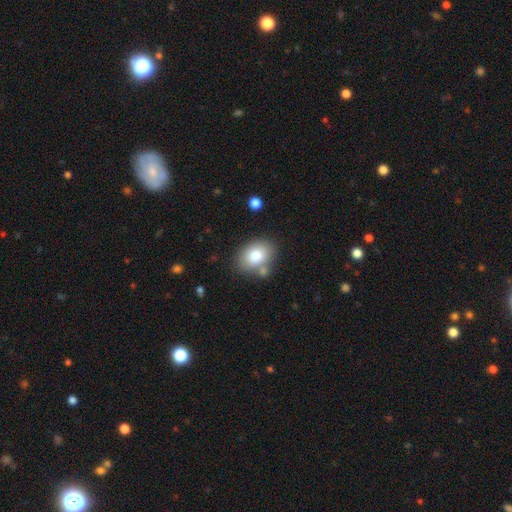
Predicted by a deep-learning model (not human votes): smooth-or-featured: smooth: 80% | featured or disk: 12% | star or artifact: 8%
  how-rounded: in between: 78% | round: 21% | cigar-shaped: 1%
  merging: none: 70% | minor disturbance: 15% | merger: 12% | major disturbance: 4%